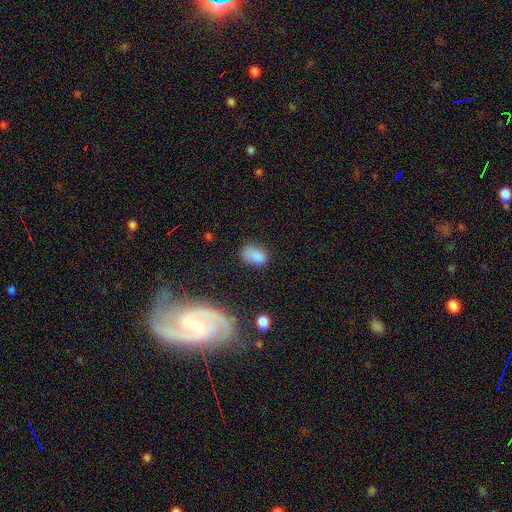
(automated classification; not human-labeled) Smooth or featured?
  - smooth: 83% *
  - star or artifact: 11%
  - featured or disk: 6%
How rounded?
  - in between: 89% *
  - round: 9%
  - cigar-shaped: 2%
Merging?
  - none: 67% *
  - minor disturbance: 23%
  - major disturbance: 7%
  - merger: 3%